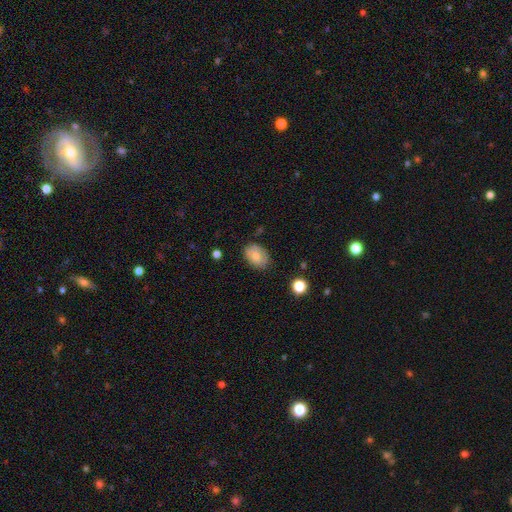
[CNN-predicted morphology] Smooth or featured: smooth — 72% (featured or disk — 19%)
How rounded: in between — 74% (round — 25%)
Merging: none — 78% (minor disturbance — 17%)